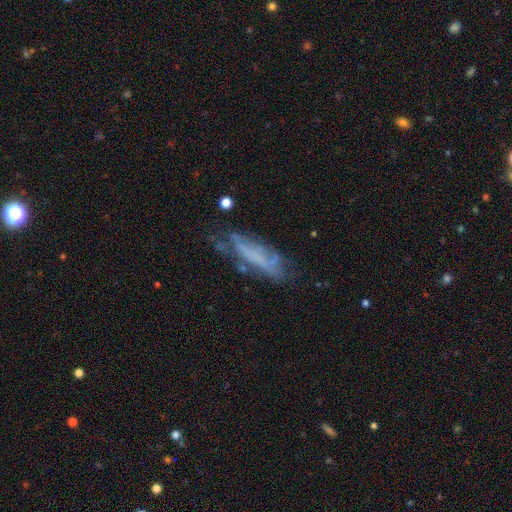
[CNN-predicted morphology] Smooth or featured? featured or disk (52%)
Edge-on disk? no (61%)
Merging? none (47%)